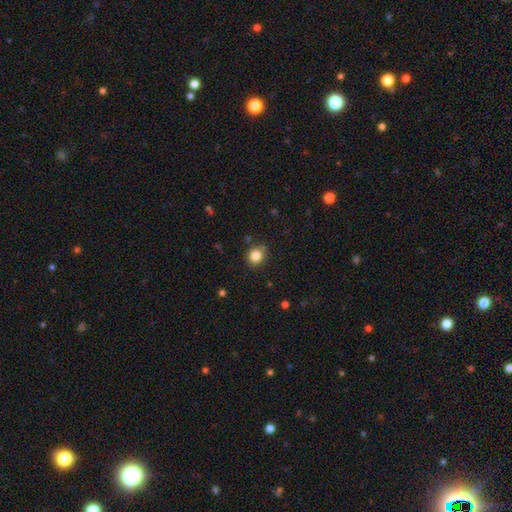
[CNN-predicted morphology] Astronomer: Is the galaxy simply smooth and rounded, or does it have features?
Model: smooth — 84%.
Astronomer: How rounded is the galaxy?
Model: round — 85%.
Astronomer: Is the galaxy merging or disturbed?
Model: none — 83%.